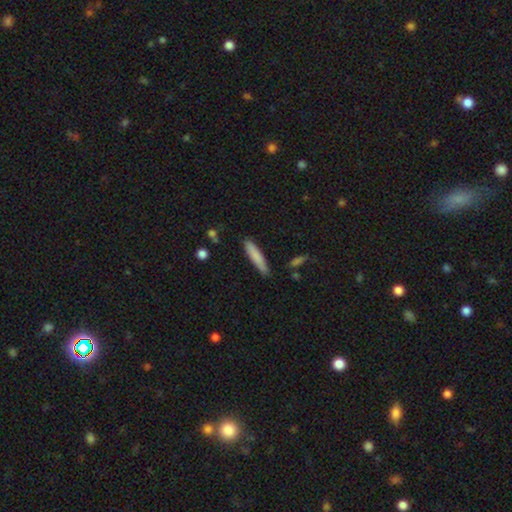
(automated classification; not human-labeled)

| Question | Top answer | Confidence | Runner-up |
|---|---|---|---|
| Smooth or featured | smooth | 82% | featured or disk (12%) |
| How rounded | cigar-shaped | 85% | in between (14%) |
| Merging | none | 81% | minor disturbance (15%) |